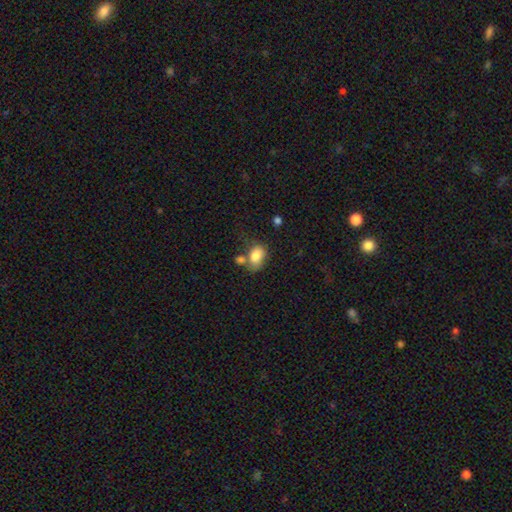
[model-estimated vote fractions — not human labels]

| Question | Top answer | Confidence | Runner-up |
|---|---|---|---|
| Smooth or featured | smooth | 81% | featured or disk (10%) |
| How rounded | in between | 77% | round (22%) |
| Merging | none | 42% | merger (29%) |